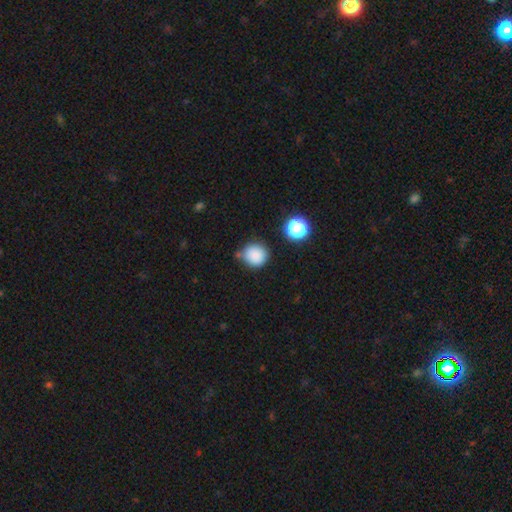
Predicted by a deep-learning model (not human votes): Q: Smooth or featured?
A: smooth (85%); runner-up: star or artifact (11%)
Q: How rounded?
A: round (91%); runner-up: in between (9%)
Q: Merging?
A: none (76%); runner-up: minor disturbance (15%)